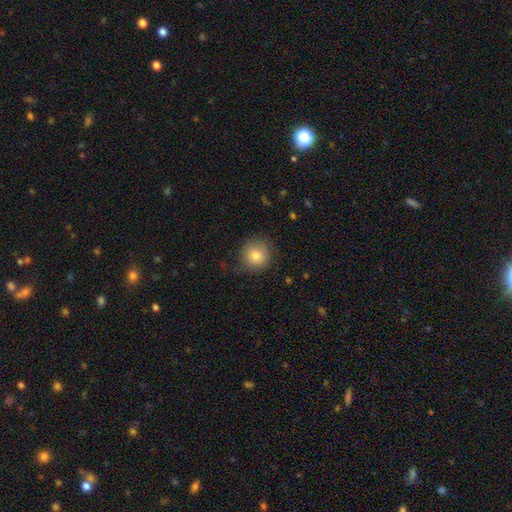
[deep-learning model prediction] Overall: smooth (81%). How rounded: round (90%). Merging: none (75%).